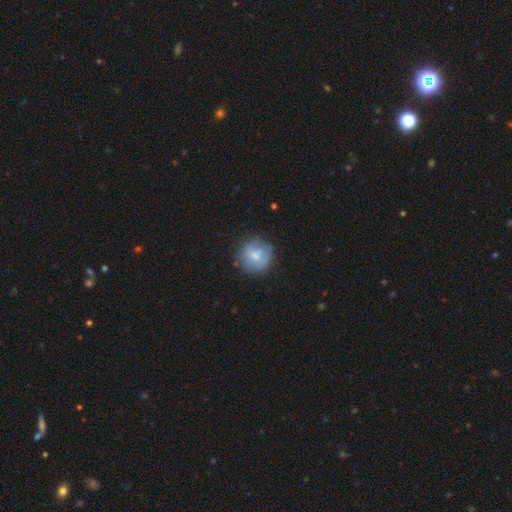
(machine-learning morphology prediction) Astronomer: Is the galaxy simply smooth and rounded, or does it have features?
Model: smooth — 62%.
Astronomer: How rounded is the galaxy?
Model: round — 93%.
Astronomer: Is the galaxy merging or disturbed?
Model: none — 75%.